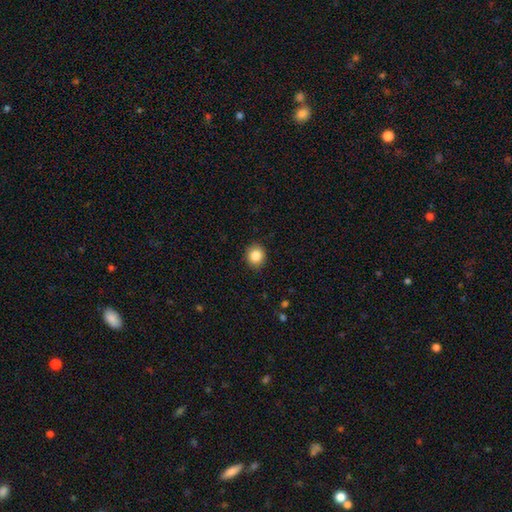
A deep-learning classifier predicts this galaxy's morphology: Smooth or featured? Predicted: smooth (p=0.85). How rounded? Predicted: round (p=0.82). Merging? Predicted: none (p=0.89).